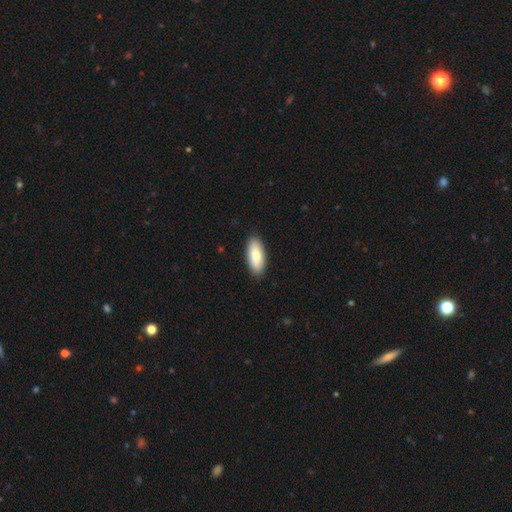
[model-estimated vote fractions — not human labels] A smooth galaxy with no disk features (83%) that is in between round and cigar-shaped (83%). Merging: none (89%).